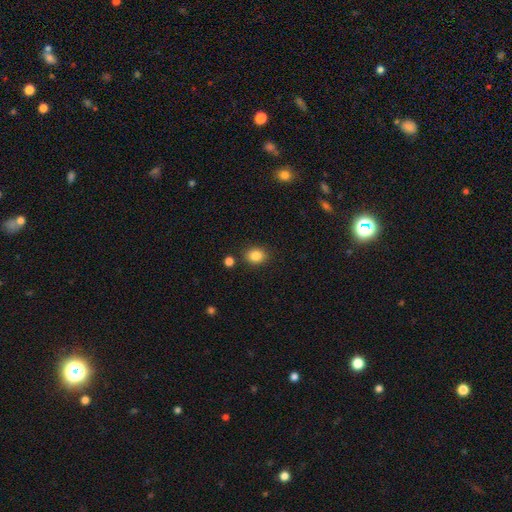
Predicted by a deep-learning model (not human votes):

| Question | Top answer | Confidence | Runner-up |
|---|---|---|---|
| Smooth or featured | smooth | 86% | star or artifact (10%) |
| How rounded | round | 54% | in between (45%) |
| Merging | none | 85% | minor disturbance (9%) |